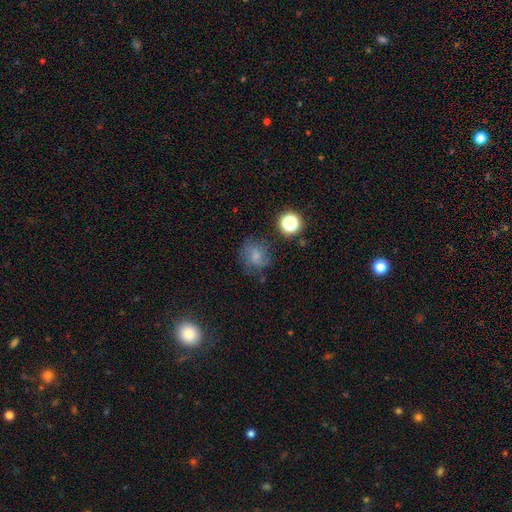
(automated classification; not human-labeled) smooth 62%, featured or disk 23%, star or artifact 15%. Down the decision tree: how rounded — round (73%); merging — none (62%).